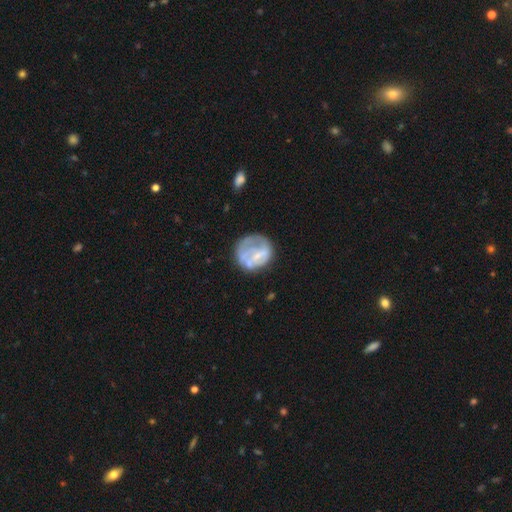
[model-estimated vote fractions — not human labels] Smooth or featured? Predicted: featured or disk (p=0.54). Edge-on disk? Predicted: no (p=0.98). Bar? Predicted: no (p=0.56). Spiral arms? Predicted: no (p=0.70). Bulge size? Predicted: small (p=0.39, tied with none). Merging? Predicted: none (p=0.49).